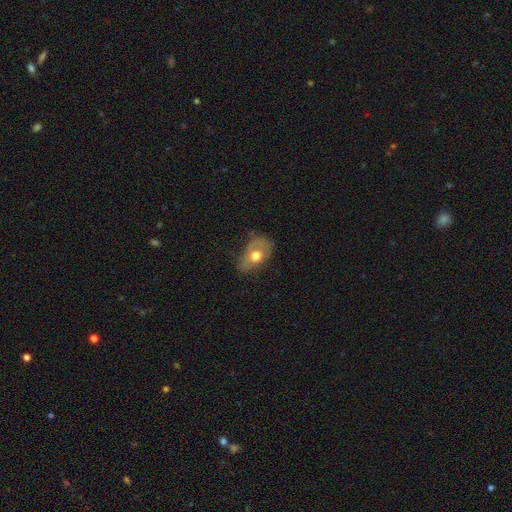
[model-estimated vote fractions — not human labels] smooth-or-featured: smooth: 57% | featured or disk: 35% | star or artifact: 8%
  how-rounded: in between: 84% | round: 14% | cigar-shaped: 2%
  merging: none: 46% | minor disturbance: 34% | major disturbance: 18% | merger: 2%